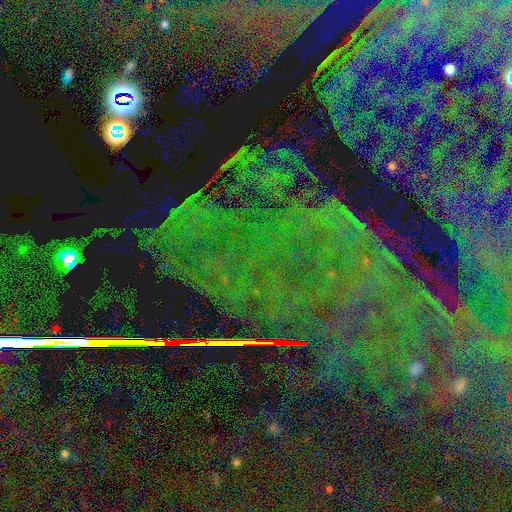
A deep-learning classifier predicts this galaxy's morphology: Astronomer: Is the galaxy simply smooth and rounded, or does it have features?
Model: star or artifact — 85%.